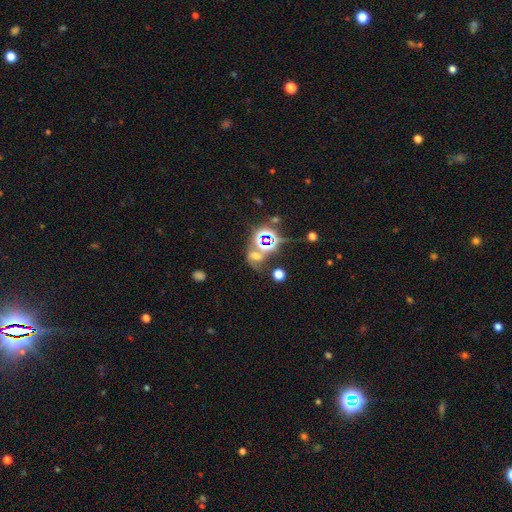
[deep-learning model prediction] star or artifact 49%, smooth 29%, featured or disk 22%.